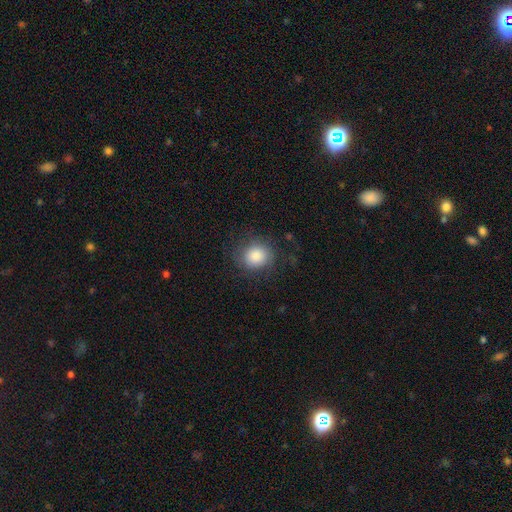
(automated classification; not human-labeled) smooth 79%, featured or disk 12%, star or artifact 9%. Down the decision tree: how rounded — round (81%); merging — none (75%).